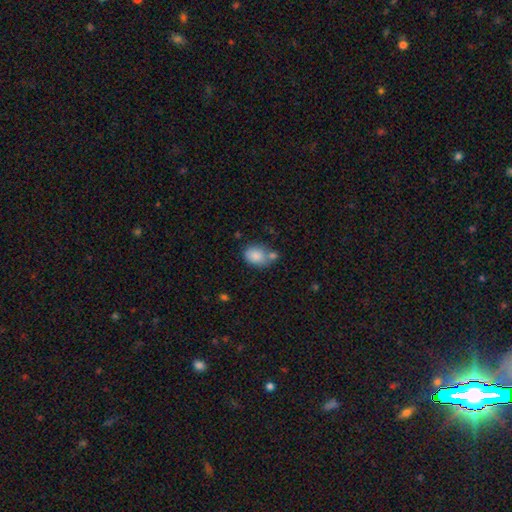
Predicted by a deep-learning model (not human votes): Smooth or featured: smooth — 84% (featured or disk — 8%)
How rounded: in between — 67% (round — 32%)
Merging: none — 48% (merger — 27%)